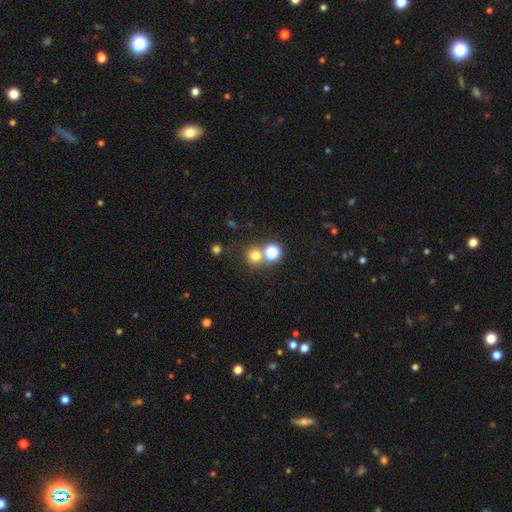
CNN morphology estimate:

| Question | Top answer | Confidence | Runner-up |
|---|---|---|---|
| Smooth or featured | smooth | 73% | star or artifact (19%) |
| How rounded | round | 91% | in between (8%) |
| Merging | none | 65% | merger (25%) |